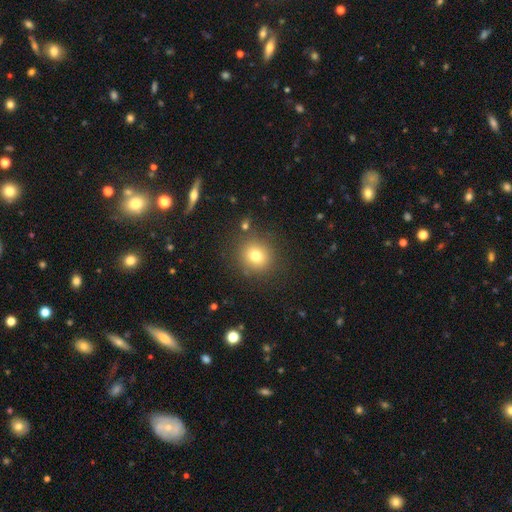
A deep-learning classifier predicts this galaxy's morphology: A smooth galaxy with no disk features (76%) that is round (88%). Merging: none (85%).